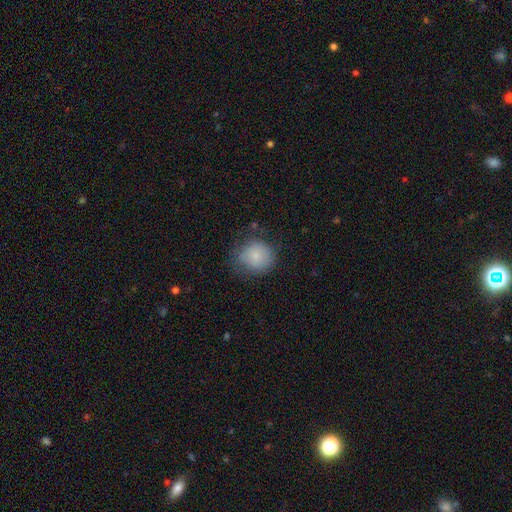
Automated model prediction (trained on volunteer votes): smooth-or-featured: smooth: 83% | featured or disk: 9% | star or artifact: 8%
  how-rounded: round: 78% | in between: 21% | cigar-shaped: 1%
  merging: none: 65% | minor disturbance: 24% | major disturbance: 9% | merger: 2%